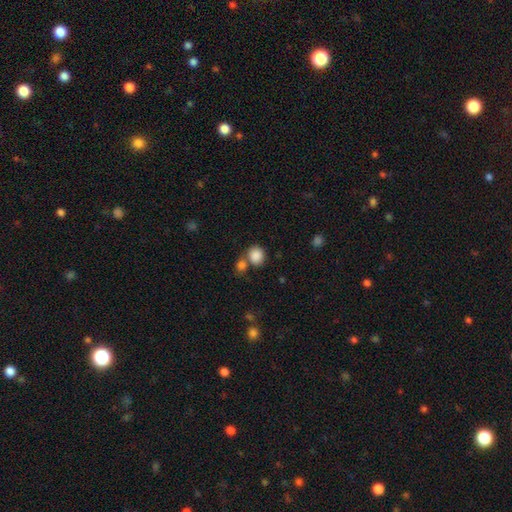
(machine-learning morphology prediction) Q: Smooth or featured?
A: smooth (86%); runner-up: star or artifact (9%)
Q: How rounded?
A: round (79%); runner-up: in between (20%)
Q: Merging?
A: none (55%); runner-up: merger (31%)